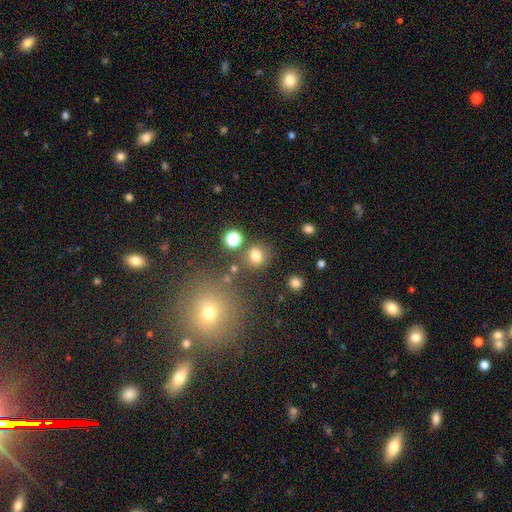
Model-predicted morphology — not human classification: smooth-or-featured: smooth: 77% | star or artifact: 16% | featured or disk: 7%
  how-rounded: round: 81% | in between: 18% | cigar-shaped: 1%
  merging: none: 78% | minor disturbance: 10% | merger: 8% | major disturbance: 4%